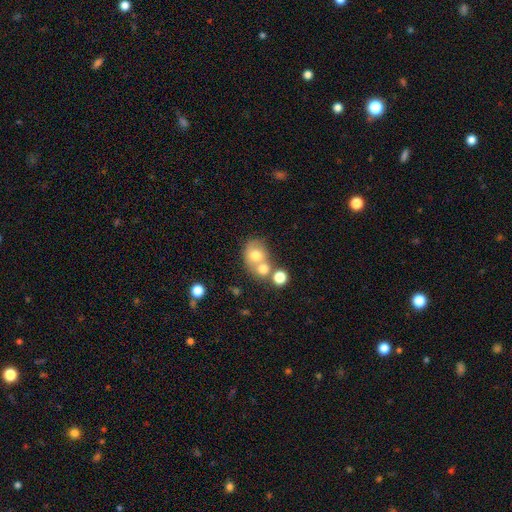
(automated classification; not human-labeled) This is likely a smooth galaxy (67%). How rounded: possibly round (59%). Merging: possibly merger (51%).